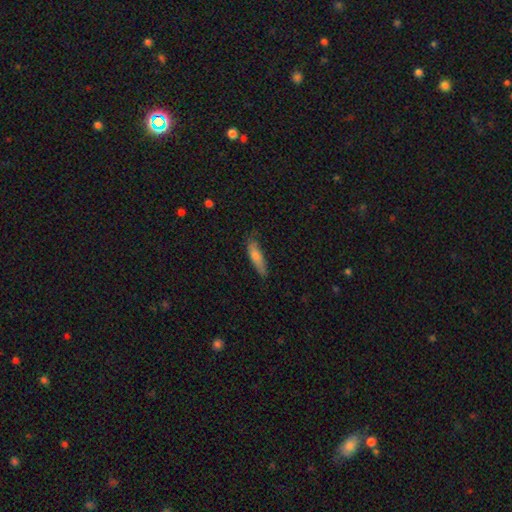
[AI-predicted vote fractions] smooth_or_featured: smooth (p=0.72) [alt: featured or disk p=0.22]
how_rounded: cigar-shaped (p=0.71) [alt: in between p=0.28]
merging: none (p=0.76) [alt: minor disturbance p=0.20]